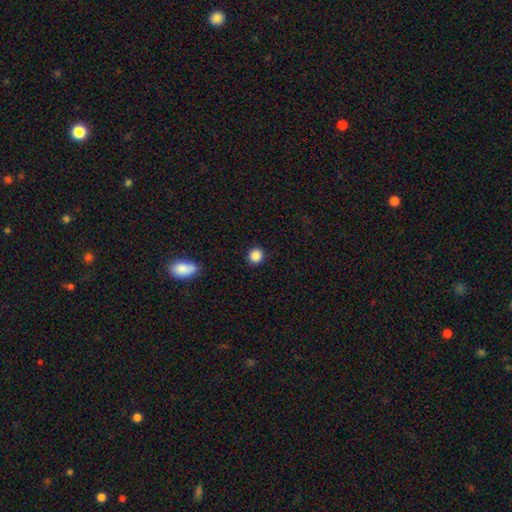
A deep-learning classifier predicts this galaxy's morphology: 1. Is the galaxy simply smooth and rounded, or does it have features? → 87% smooth, 10% star or artifact, 3% featured or disk.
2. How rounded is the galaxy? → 89% round, 10% in between, 1% cigar-shaped.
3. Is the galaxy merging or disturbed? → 90% none, 6% minor disturbance, 2% major disturbance, 1% merger.